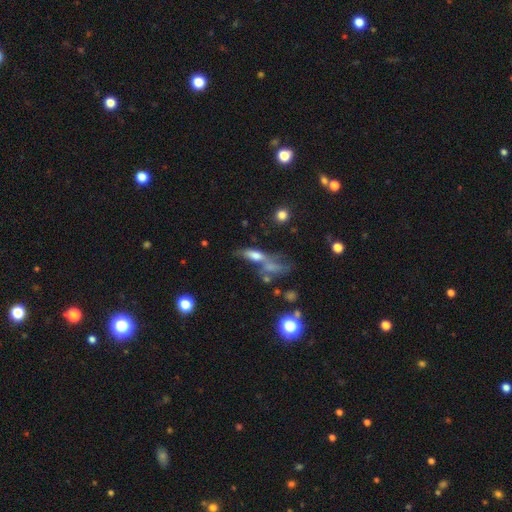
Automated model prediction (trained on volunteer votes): Smooth or featured? Predicted: smooth (p=0.58). How rounded? Predicted: in between (p=0.60). Merging? Predicted: merger (p=0.41).